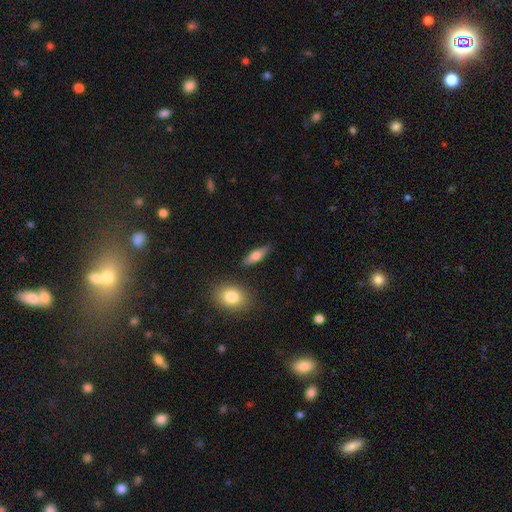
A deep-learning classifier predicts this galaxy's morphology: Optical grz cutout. It shows a smooth galaxy with no disk features (66%) that is in between round and cigar-shaped (54%). Merging: none (83%).